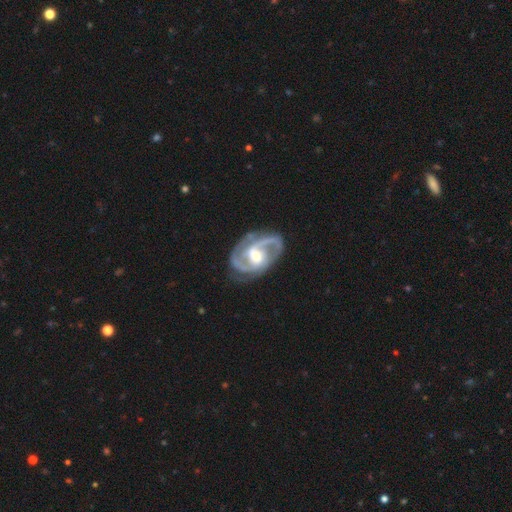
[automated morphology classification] Smooth or featured: featured or disk — 91% (smooth — 5%)
Edge-on disk: no — 98% (yes — 2%)
Bar: weak — 45% (no — 36%)
Spiral arms: yes — 98% (no — 2%)
Spiral winding: medium — 55% (tight — 31%)
Spiral arm count: 2 — 77% (3 — 11%)
Bulge size: moderate — 63% (small — 27%)
Merging: none — 73% (minor disturbance — 17%)